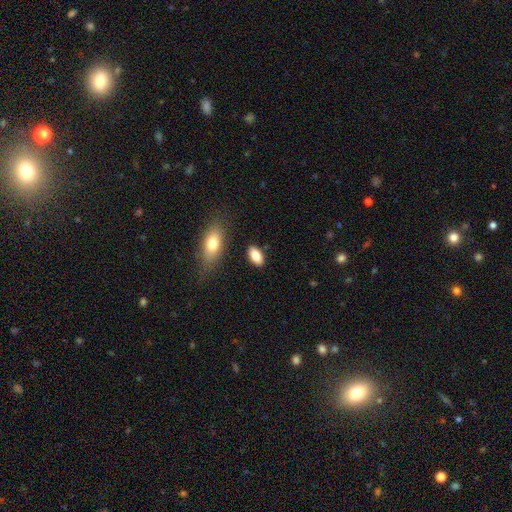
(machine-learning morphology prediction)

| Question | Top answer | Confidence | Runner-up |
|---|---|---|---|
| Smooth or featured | smooth | 84% | featured or disk (9%) |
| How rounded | in between | 91% | cigar-shaped (5%) |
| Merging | none | 85% | minor disturbance (9%) |